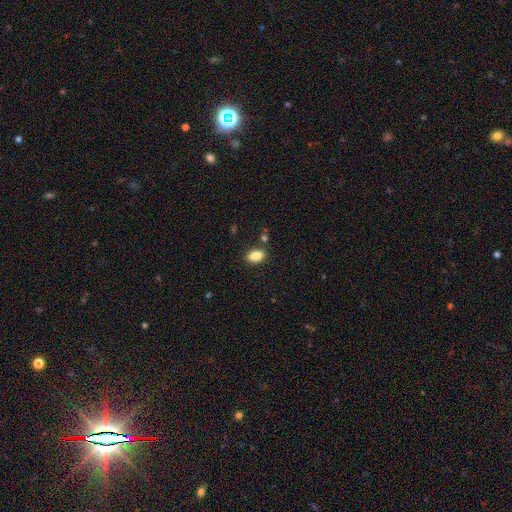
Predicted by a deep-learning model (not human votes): A smooth galaxy with no disk features (87%) that is in between round and cigar-shaped (90%). Merging: none (83%).